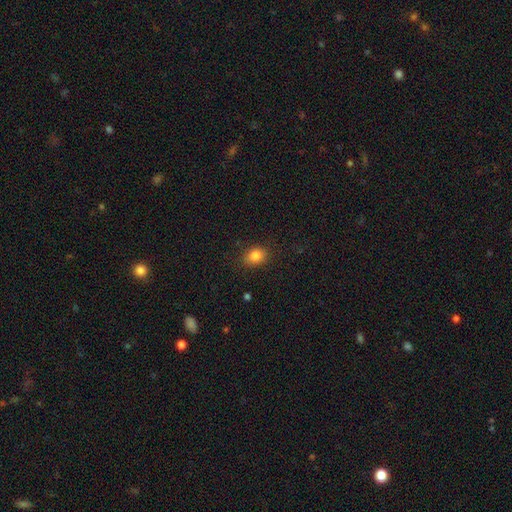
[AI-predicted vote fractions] This appears to be a smooth galaxy with no disk features (84%) that is in between round and cigar-shaped (56%). Merging: none (84%).